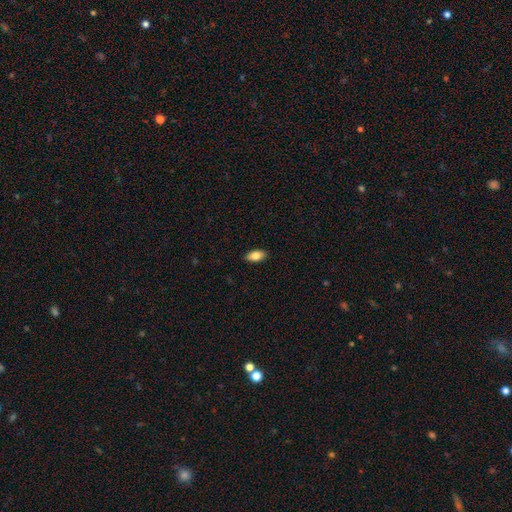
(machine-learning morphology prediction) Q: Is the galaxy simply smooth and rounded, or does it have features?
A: smooth — 81%.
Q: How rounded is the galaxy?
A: in between — 91%.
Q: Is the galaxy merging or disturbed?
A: none — 89%.